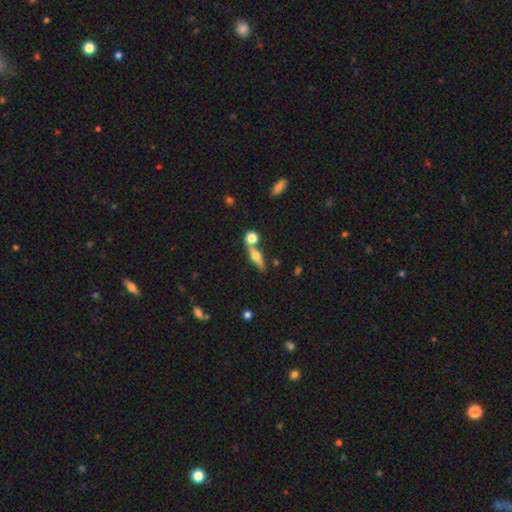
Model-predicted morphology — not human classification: Smooth or featured: smooth — 46% (featured or disk — 45%)
Merging: none — 56% (merger — 28%)